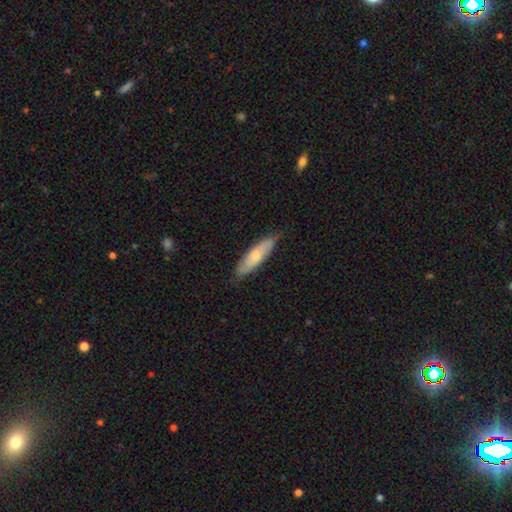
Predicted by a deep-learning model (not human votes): Smooth or featured? Predicted: smooth (p=0.63). How rounded? Predicted: cigar-shaped (p=0.64). Merging? Predicted: none (p=0.82).